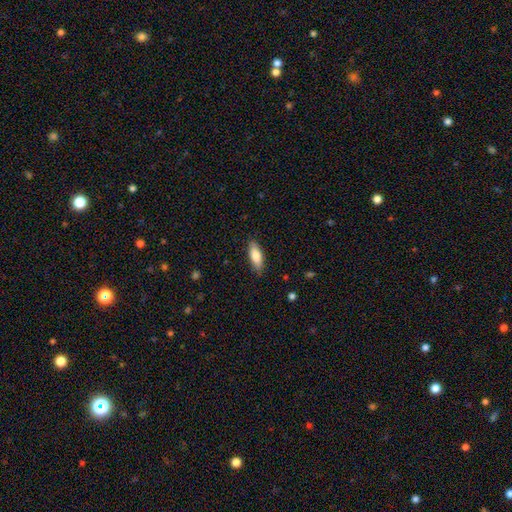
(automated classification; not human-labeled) Smooth or featured?
  - smooth: 80% *
  - featured or disk: 14%
  - star or artifact: 6%
How rounded?
  - in between: 65% *
  - cigar-shaped: 33%
  - round: 2%
Merging?
  - none: 86% *
  - minor disturbance: 11%
  - major disturbance: 2%
  - merger: 1%